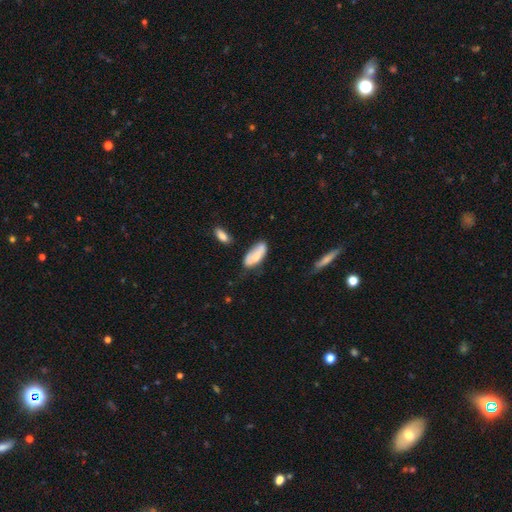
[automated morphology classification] smooth 65%, featured or disk 28%, star or artifact 6%. Down the decision tree: how rounded — in between (79%); merging — none (55%).